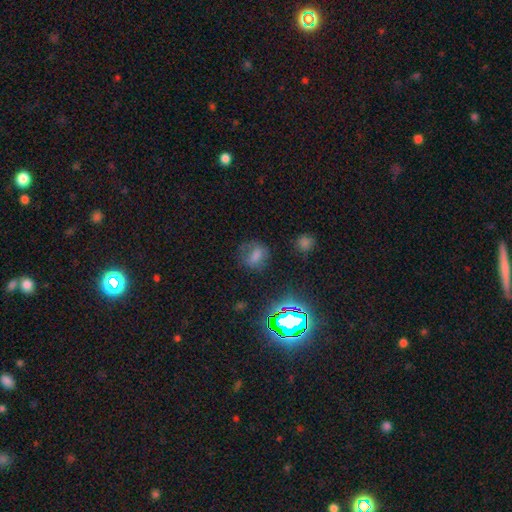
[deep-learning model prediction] The model was most divided on "how rounded": in between: 50%, round: 48%, cigar-shaped: 2%. More confident: smooth or featured — smooth (64%); merging — none (62%).